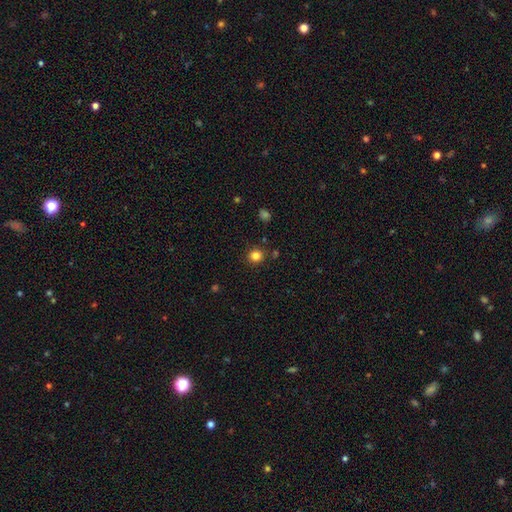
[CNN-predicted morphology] Smooth or featured?
  - smooth: 83% *
  - star or artifact: 13%
  - featured or disk: 5%
How rounded?
  - round: 90% *
  - in between: 9%
  - cigar-shaped: 1%
Merging?
  - none: 89% *
  - minor disturbance: 7%
  - merger: 3%
  - major disturbance: 2%